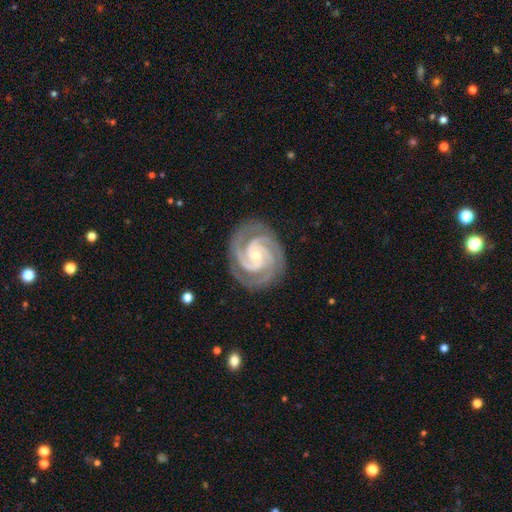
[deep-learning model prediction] Q: Smooth or featured?
A: featured or disk (94%); runner-up: star or artifact (3%)
Q: Edge-on disk?
A: no (98%); runner-up: yes (2%)
Q: Bar?
A: no (65%); runner-up: weak (25%)
Q: Spiral arms?
A: yes (99%); runner-up: no (1%)
Q: Spiral winding?
A: tight (73%); runner-up: medium (25%)
Q: Spiral arm count?
A: 3 (63%); runner-up: 2 (14%)
Q: Bulge size?
A: small (70%); runner-up: moderate (27%)
Q: Merging?
A: none (84%); runner-up: minor disturbance (12%)